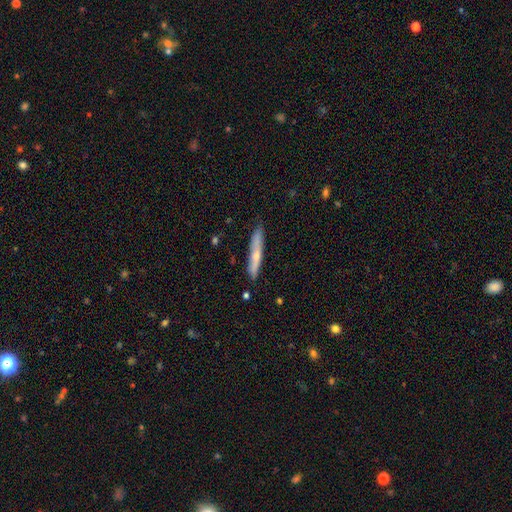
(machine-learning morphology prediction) Smooth or featured? smooth (51%)
How rounded? cigar-shaped (93%)
Merging? none (85%)